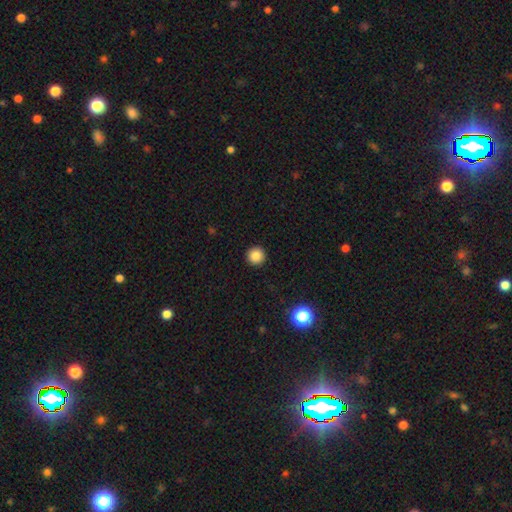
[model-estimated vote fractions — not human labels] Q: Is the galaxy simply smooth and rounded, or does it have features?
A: smooth — 85%.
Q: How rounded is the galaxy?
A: round — 96%.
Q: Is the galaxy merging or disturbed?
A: none — 94%.